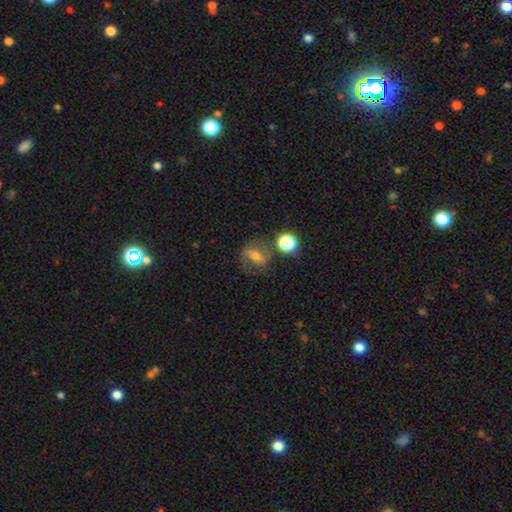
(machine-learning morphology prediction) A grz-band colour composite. It shows a smooth galaxy with no disk features (43%). Merging: none (62%).